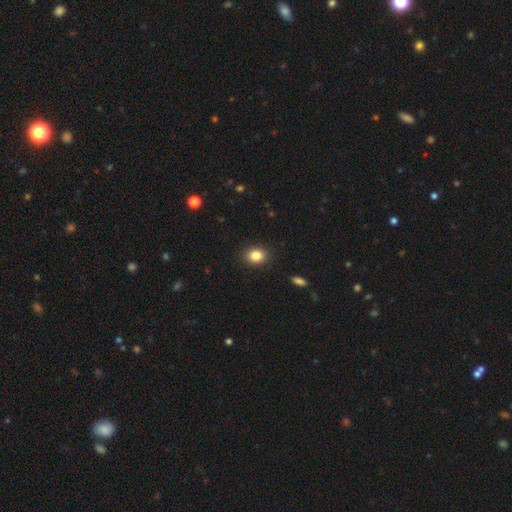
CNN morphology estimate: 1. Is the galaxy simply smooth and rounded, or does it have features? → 85% smooth, 9% star or artifact, 6% featured or disk.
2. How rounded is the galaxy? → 55% in between, 44% round, 1% cigar-shaped.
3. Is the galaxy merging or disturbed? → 89% none, 8% minor disturbance, 2% major disturbance, 1% merger.